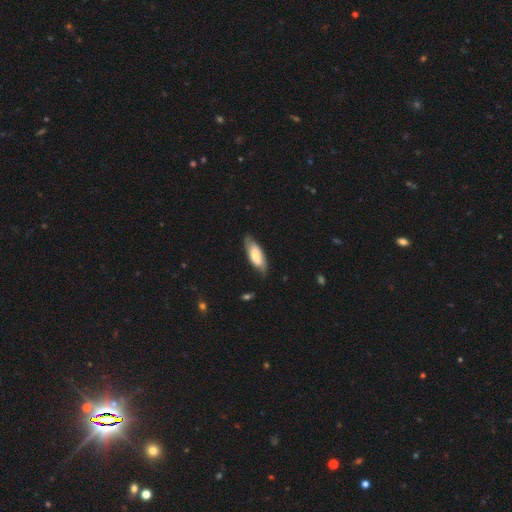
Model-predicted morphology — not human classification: smooth 60%, featured or disk 34%, star or artifact 6%. Down the decision tree: how rounded — in between (76%); merging — none (72%).